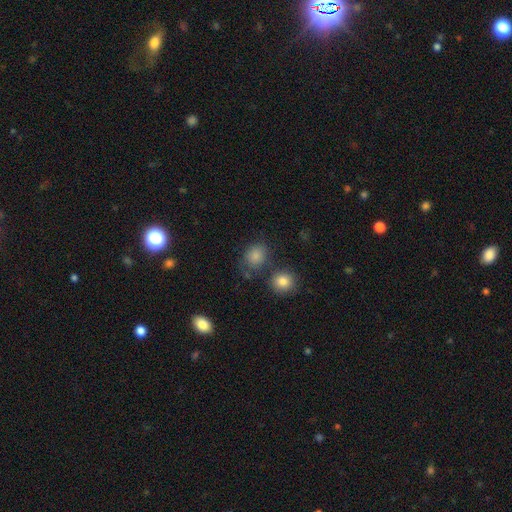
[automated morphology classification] Smooth or featured? smooth (82%)
How rounded? round (61%)
Merging? none (64%)